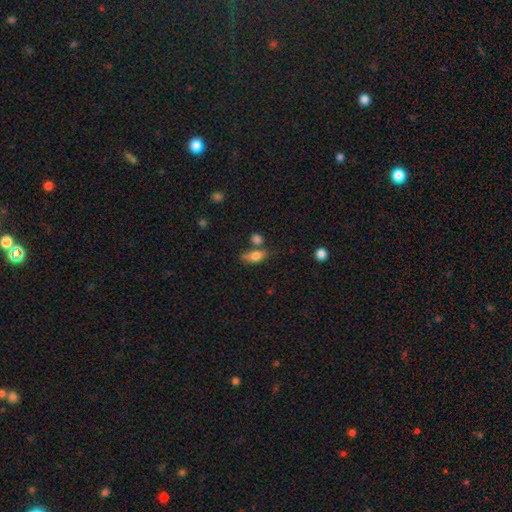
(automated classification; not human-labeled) smooth 76%, featured or disk 16%, star or artifact 9%. Down the decision tree: how rounded — in between (77%); merging — none (52%).